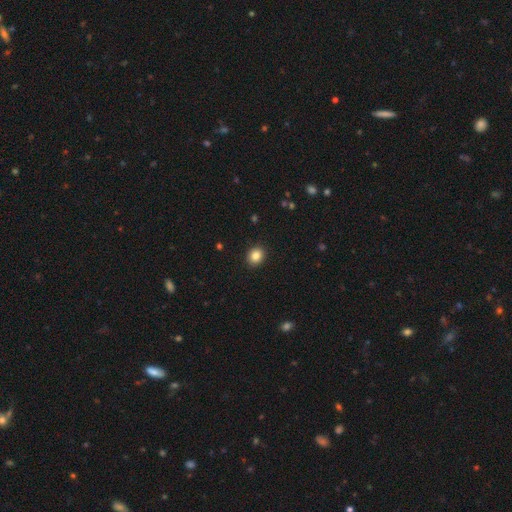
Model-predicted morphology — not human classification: smooth-or-featured: smooth: 85% | star or artifact: 10% | featured or disk: 5%
  how-rounded: round: 68% | in between: 31% | cigar-shaped: 1%
  merging: none: 92% | minor disturbance: 6% | major disturbance: 2% | merger: 1%